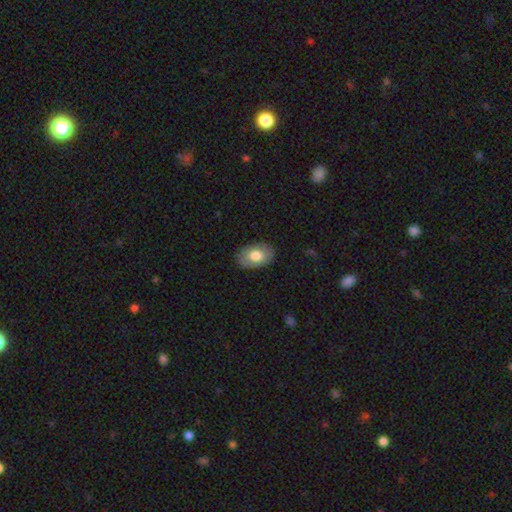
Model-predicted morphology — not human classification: Smooth or featured: smooth — 73% (featured or disk — 20%)
How rounded: in between — 89% (round — 10%)
Merging: none — 84% (minor disturbance — 12%)